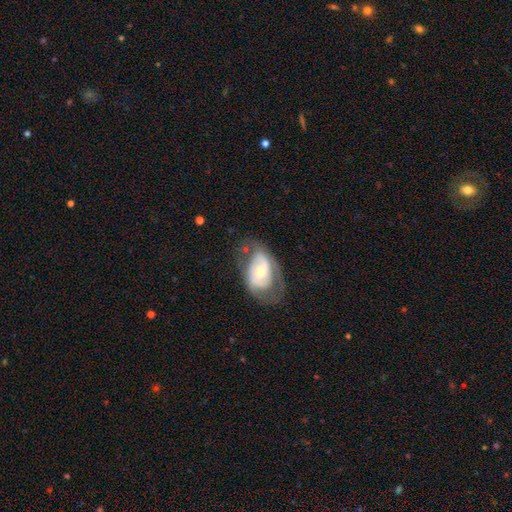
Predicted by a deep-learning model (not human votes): Smooth or featured? Predicted: featured or disk (p=0.62). Edge-on disk? Predicted: no (p=0.94). Bar? Predicted: no (p=0.45). Spiral arms? Predicted: yes (p=0.76). Bulge size? Predicted: moderate (p=0.51). Merging? Predicted: none (p=0.68).